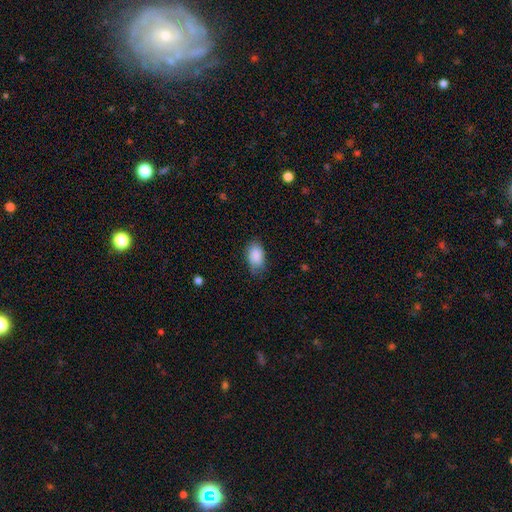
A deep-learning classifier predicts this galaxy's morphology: Smooth or featured? Predicted: smooth (p=0.89). How rounded? Predicted: in between (p=0.89). Merging? Predicted: none (p=0.70).